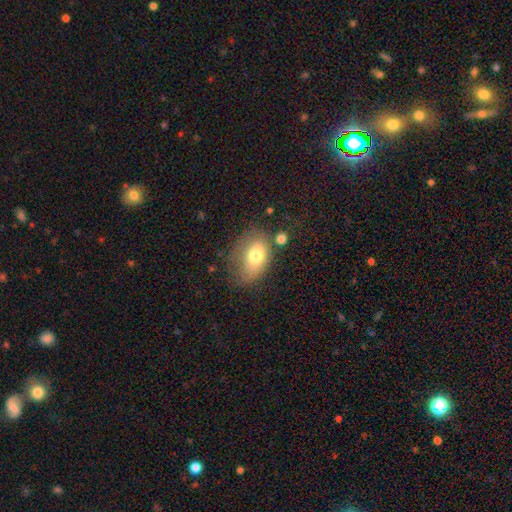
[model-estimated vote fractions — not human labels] Morphology: type=smooth (71%); roundness=in between (81%); merging=none (47%).